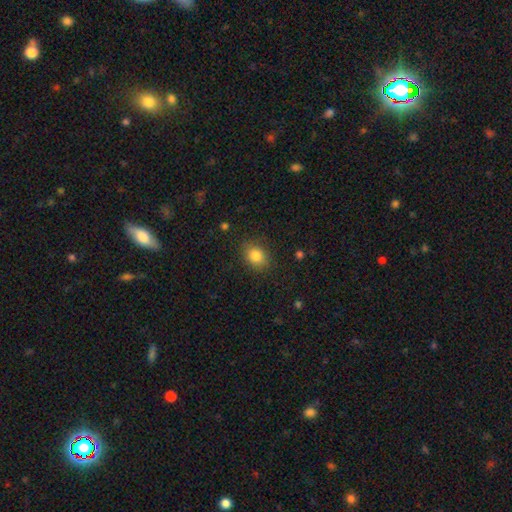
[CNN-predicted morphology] Smooth or featured? smooth (84%)
How rounded? in between (50%)
Merging? none (85%)